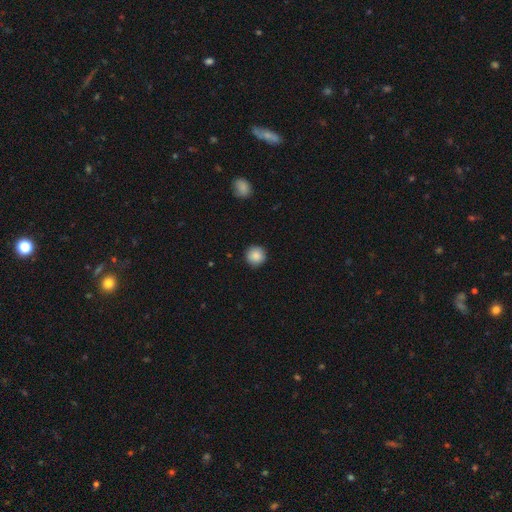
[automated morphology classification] Smooth or featured? Predicted: smooth (p=0.87). How rounded? Predicted: round (p=0.95). Merging? Predicted: none (p=0.91).